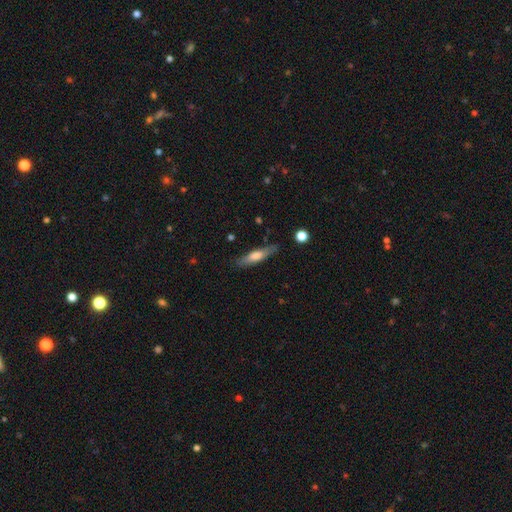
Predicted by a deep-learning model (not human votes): smooth-or-featured: smooth: 56% | featured or disk: 38% | star or artifact: 6%
  how-rounded: cigar-shaped: 78% | in between: 20% | round: 2%
  merging: none: 83% | minor disturbance: 13% | major disturbance: 3% | merger: 2%